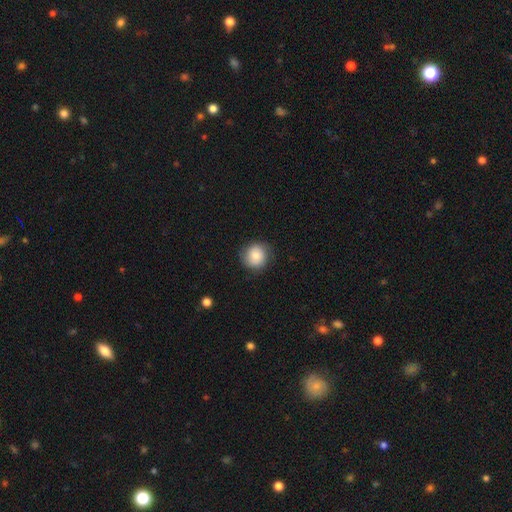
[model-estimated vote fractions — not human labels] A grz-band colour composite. It shows a smooth galaxy with no disk features (81%) that is round (90%). Merging: none (82%).